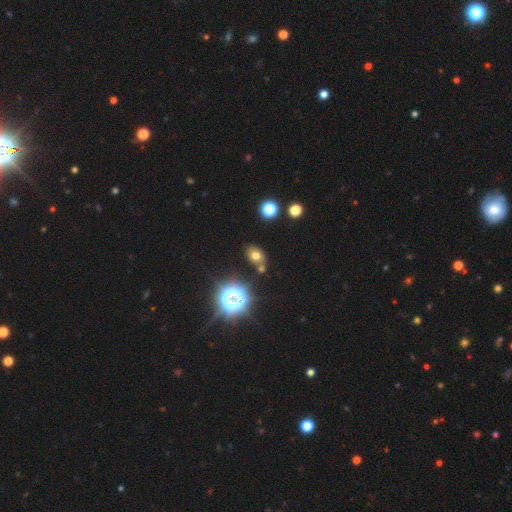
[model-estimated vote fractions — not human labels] Overall: smooth (69%). How rounded: in between (65%; round 34%). Merging: none (72%).